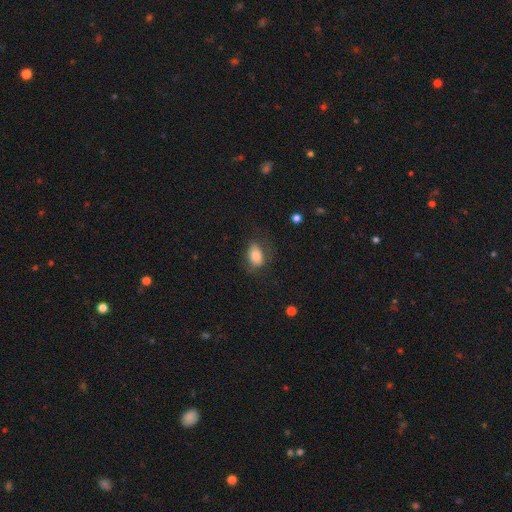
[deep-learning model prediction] Morphology: type=smooth (81%); roundness=in between (85%); merging=none (63%).